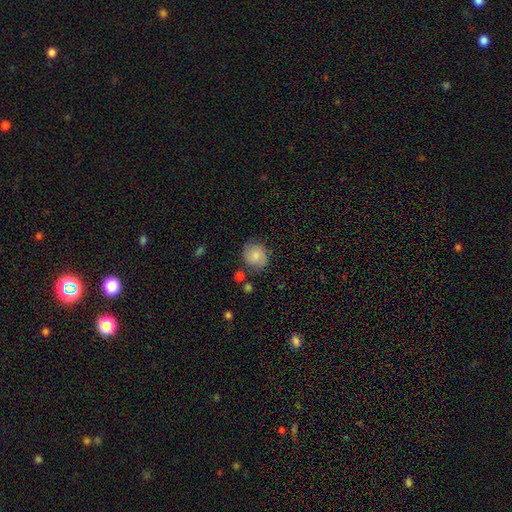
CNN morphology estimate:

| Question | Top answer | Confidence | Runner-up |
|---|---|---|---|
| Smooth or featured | smooth | 81% | featured or disk (11%) |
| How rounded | round | 83% | in between (16%) |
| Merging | none | 76% | minor disturbance (15%) |